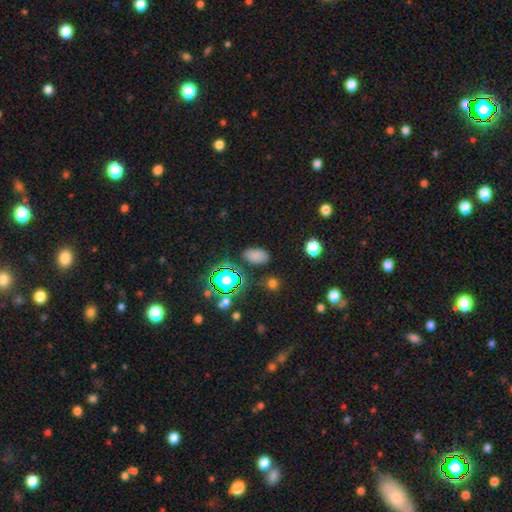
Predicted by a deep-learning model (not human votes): This appears to be a smooth galaxy with no disk features (74%) that is in between round and cigar-shaped (91%). Merging: none (81%).